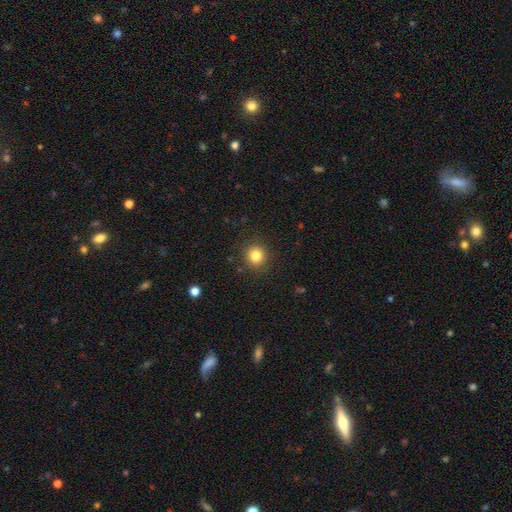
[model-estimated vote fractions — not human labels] Smooth or featured: smooth — 82% (star or artifact — 12%)
How rounded: round — 92% (in between — 7%)
Merging: none — 89% (minor disturbance — 7%)